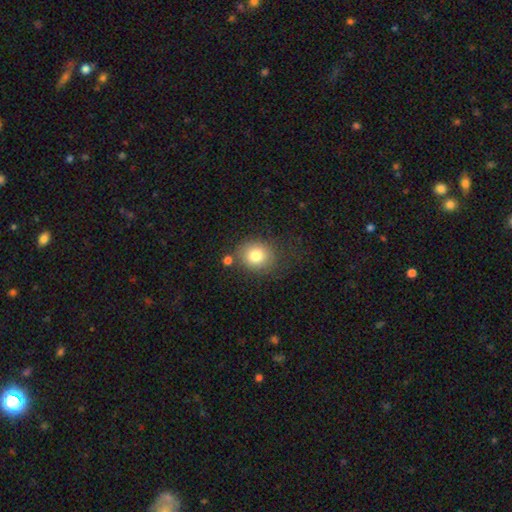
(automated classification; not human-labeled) Smooth or featured? Predicted: smooth (p=0.79). How rounded? Predicted: round (p=0.74). Merging? Predicted: none (p=0.70).